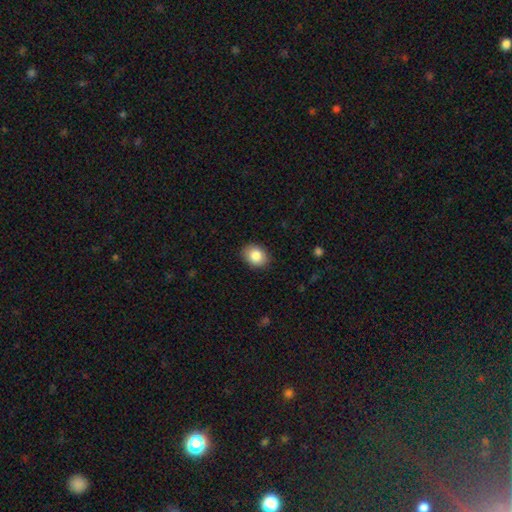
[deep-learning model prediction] Smooth or featured?
  - smooth: 86% *
  - star or artifact: 8%
  - featured or disk: 6%
How rounded?
  - in between: 63% *
  - round: 36%
  - cigar-shaped: 1%
Merging?
  - none: 88% *
  - minor disturbance: 9%
  - major disturbance: 2%
  - merger: 1%